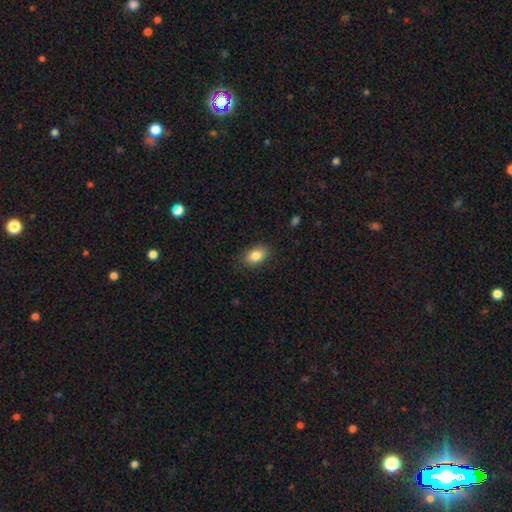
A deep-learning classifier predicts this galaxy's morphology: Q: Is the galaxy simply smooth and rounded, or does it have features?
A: smooth — 85%.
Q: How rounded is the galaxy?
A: in between — 85%.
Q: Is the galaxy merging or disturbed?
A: none — 86%.